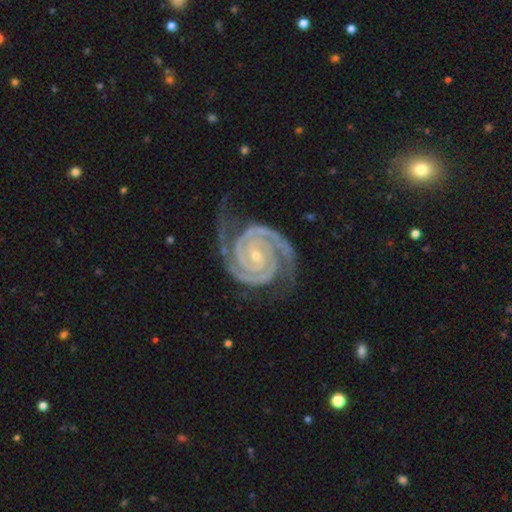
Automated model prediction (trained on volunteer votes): Smooth or featured? Predicted: featured or disk (p=0.94). Edge-on disk? Predicted: no (p=0.98). Bar? Predicted: no (p=0.66). Spiral arms? Predicted: yes (p=0.99). Spiral winding? Predicted: tight (p=0.83). Spiral arm count? Predicted: 2 (p=0.87). Bulge size? Predicted: small (p=0.79). Merging? Predicted: none (p=0.75).